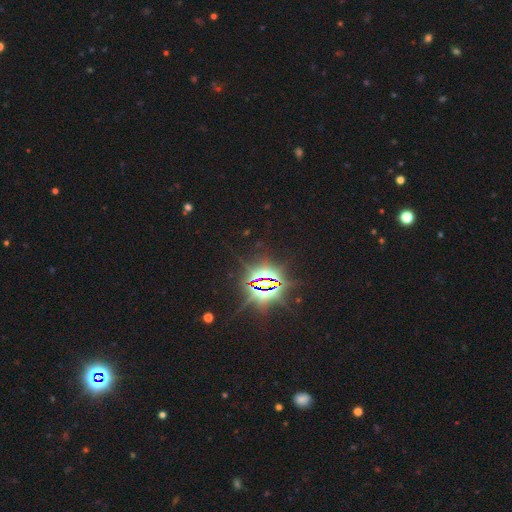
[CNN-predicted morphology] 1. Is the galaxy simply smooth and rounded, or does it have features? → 86% star or artifact, 8% smooth, 6% featured or disk.